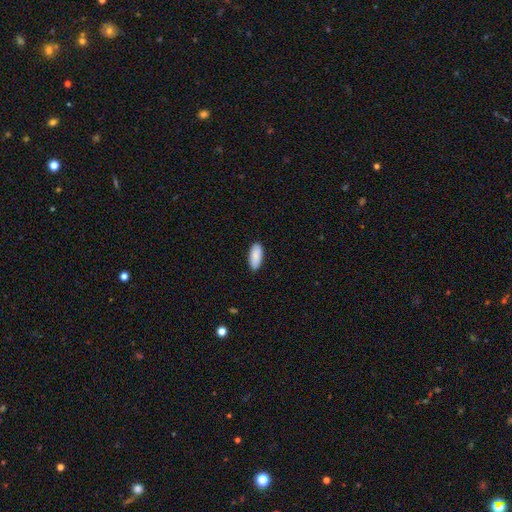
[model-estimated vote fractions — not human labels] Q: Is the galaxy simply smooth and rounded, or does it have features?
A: smooth — 89%.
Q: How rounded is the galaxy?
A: in between — 85%.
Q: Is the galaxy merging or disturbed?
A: none — 88%.